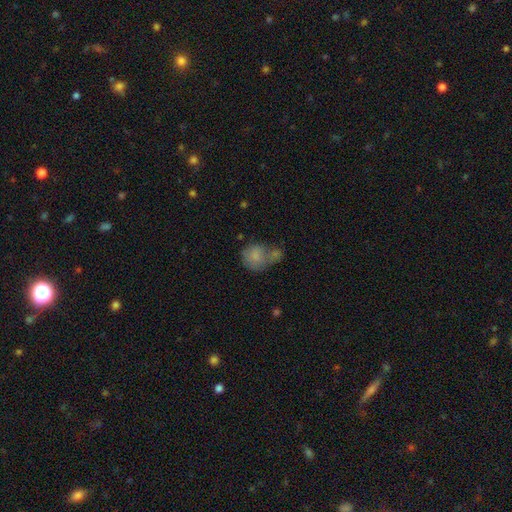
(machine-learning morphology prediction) smooth 78%, featured or disk 13%, star or artifact 9%. Down the decision tree: how rounded — round (73%); merging — merger (47%).